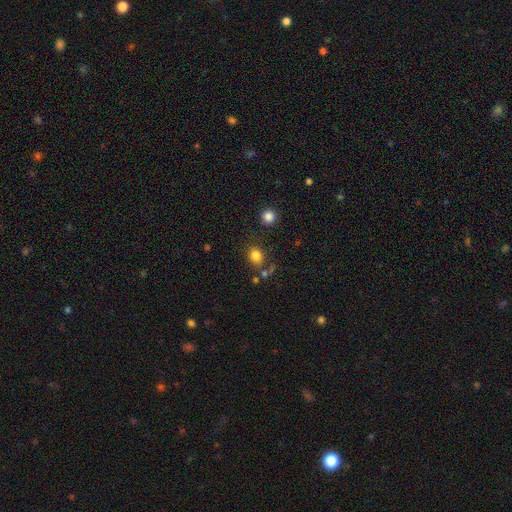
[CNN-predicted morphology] smooth_or_featured: smooth (p=0.81) [alt: star or artifact p=0.13]
how_rounded: round (p=0.67) [alt: in between p=0.32]
merging: none (p=0.74) [alt: minor disturbance p=0.12]